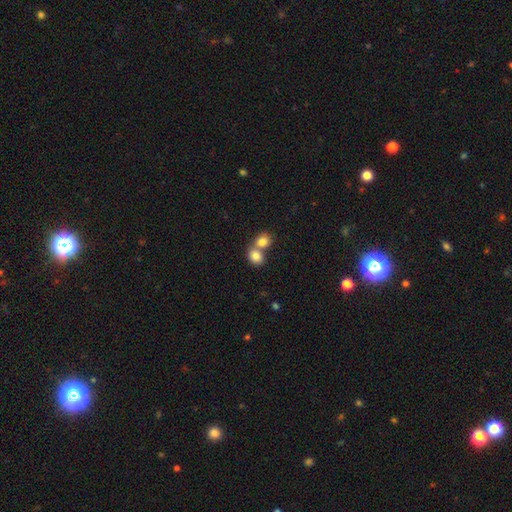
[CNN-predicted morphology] A smooth galaxy with no disk features (82%) that is round (57%).

Vote fractions:
- Smooth or featured? smooth: 82% / star or artifact: 9% / featured or disk: 9%
- How rounded? round: 57% / in between: 41% / cigar-shaped: 1%
- Merging? merger: 61% / none: 31% / minor disturbance: 6% / major disturbance: 2%